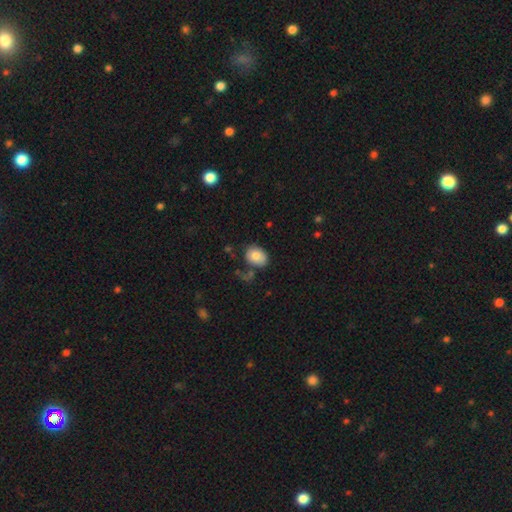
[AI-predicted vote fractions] This is likely a smooth galaxy (77%). How rounded: likely in between (60%). Merging: likely none (64%).